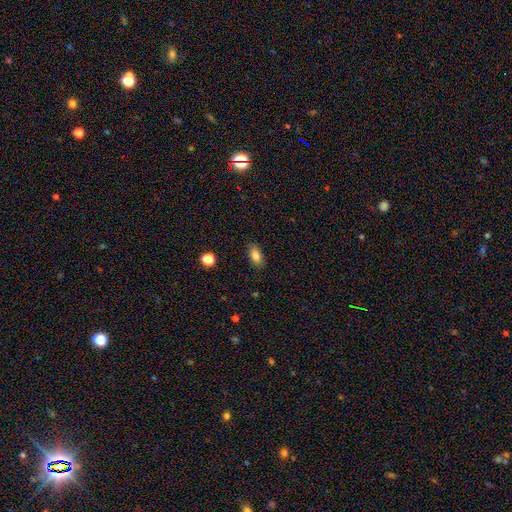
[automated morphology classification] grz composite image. It shows a smooth galaxy with no disk features (82%) that is in between round and cigar-shaped (88%). Merging: none (85%).